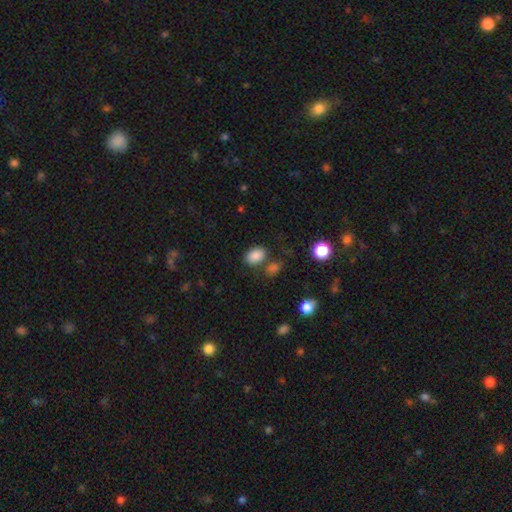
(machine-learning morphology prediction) A smooth galaxy with no disk features (85%) that is in between round and cigar-shaped (81%).

Vote fractions:
- Smooth or featured? smooth: 85% / star or artifact: 10% / featured or disk: 5%
- How rounded? in between: 81% / round: 17% / cigar-shaped: 1%
- Merging? none: 69% / minor disturbance: 13% / merger: 13% / major disturbance: 5%